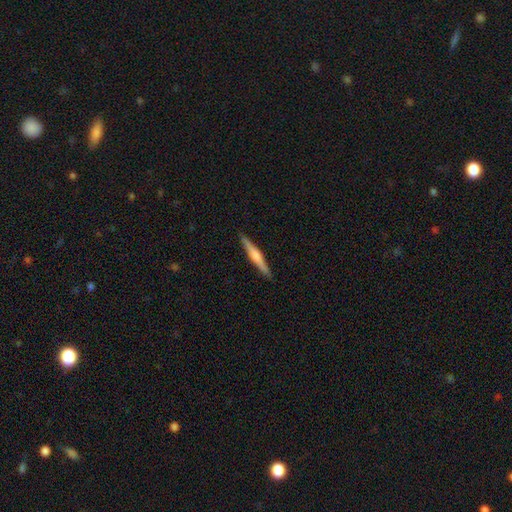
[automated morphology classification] featured or disk 58%, smooth 37%, star or artifact 5%. Down the decision tree: edge-on disk — yes (98%); edge-on bulge — rounded (67%); merging — none (91%).